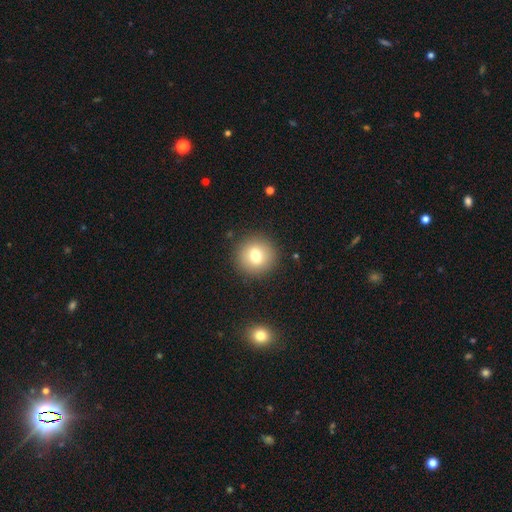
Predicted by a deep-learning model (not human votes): This is likely a smooth galaxy (73%). How rounded: clearly round (93%). Merging: clearly none (90%).